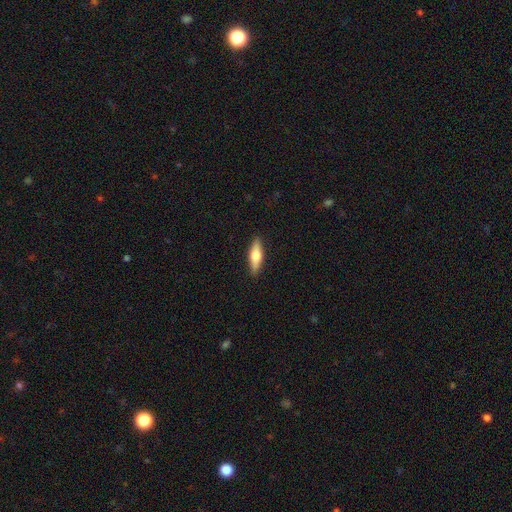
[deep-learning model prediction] This appears to be a smooth galaxy with no disk features (59%) that is cigar-shaped (52%). Merging: none (90%).